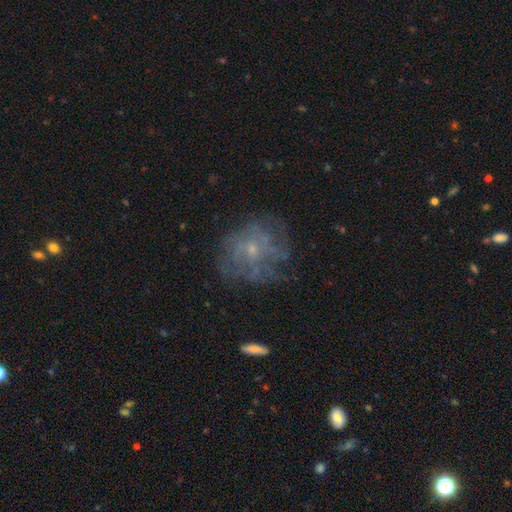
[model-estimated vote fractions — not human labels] Q: Smooth or featured?
A: featured or disk (55%); runner-up: smooth (26%)
Q: Edge-on disk?
A: no (97%); runner-up: yes (3%)
Q: Bar?
A: no (80%); runner-up: weak (17%)
Q: Spiral arms?
A: yes (62%); runner-up: no (38%)
Q: Bulge size?
A: small (69%); runner-up: moderate (22%)
Q: Merging?
A: none (69%); runner-up: minor disturbance (17%)